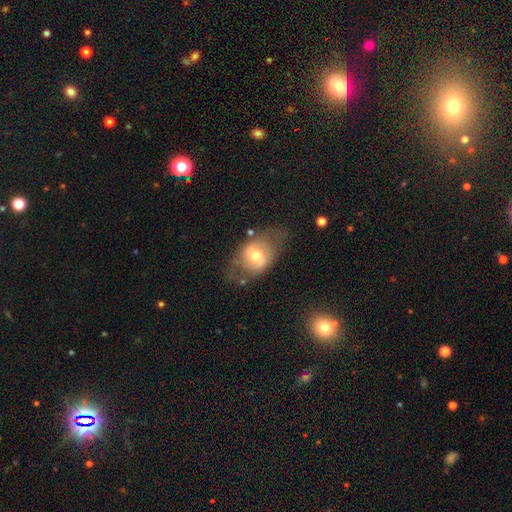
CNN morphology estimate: The model was most divided on "smooth or featured": featured or disk: 48%, smooth: 45%, star or artifact: 8%. More confident: merging — none (55%).